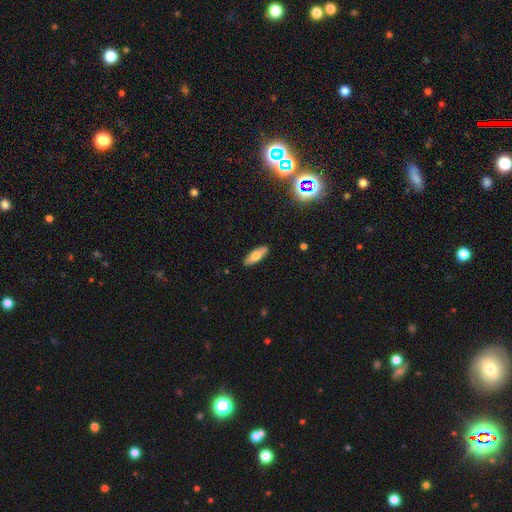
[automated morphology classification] Q: Smooth or featured?
A: smooth (68%); runner-up: featured or disk (25%)
Q: How rounded?
A: in between (69%); runner-up: cigar-shaped (29%)
Q: Merging?
A: none (89%); runner-up: minor disturbance (8%)